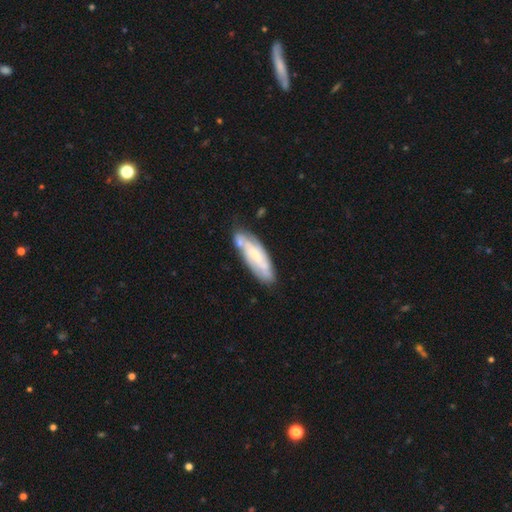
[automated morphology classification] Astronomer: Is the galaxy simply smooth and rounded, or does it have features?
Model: featured or disk — 57% (runner-up: smooth, 36%).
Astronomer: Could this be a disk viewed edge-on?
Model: no — 78%.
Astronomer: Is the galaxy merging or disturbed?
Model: none — 66%.